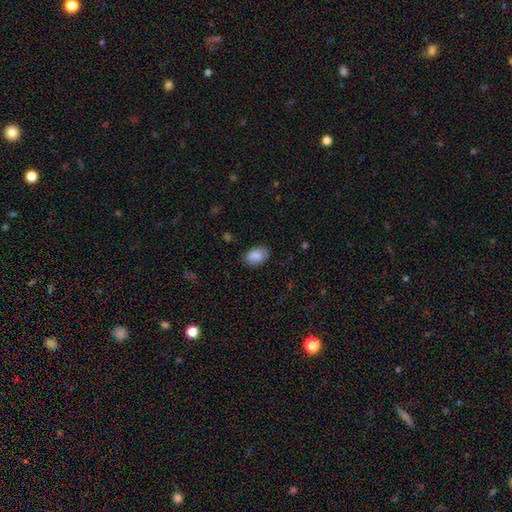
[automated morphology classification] Smooth or featured: smooth — 87% (star or artifact — 7%)
How rounded: in between — 89% (round — 10%)
Merging: none — 82% (minor disturbance — 14%)